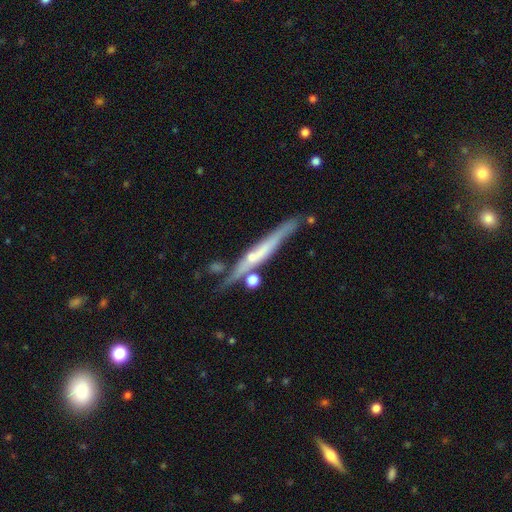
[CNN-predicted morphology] A featured or disk galaxy (67%) viewed edge-on (93%) with a rounded central bulge (50%). Merging: none (69%).